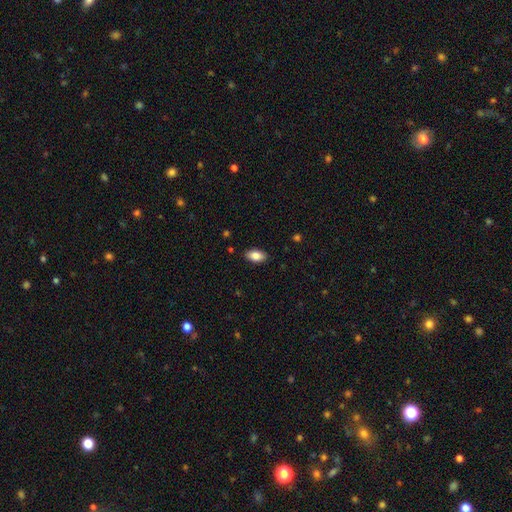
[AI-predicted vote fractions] Smooth or featured? smooth (84%)
How rounded? in between (93%)
Merging? none (87%)